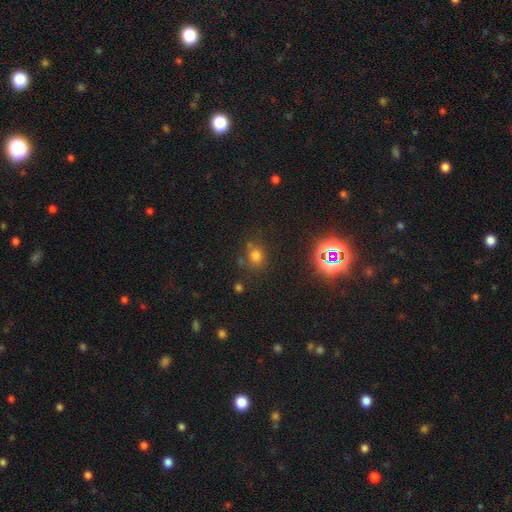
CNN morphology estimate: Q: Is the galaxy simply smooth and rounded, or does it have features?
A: smooth — 69%.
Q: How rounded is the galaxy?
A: round — 72%.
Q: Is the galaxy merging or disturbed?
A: none — 71%.